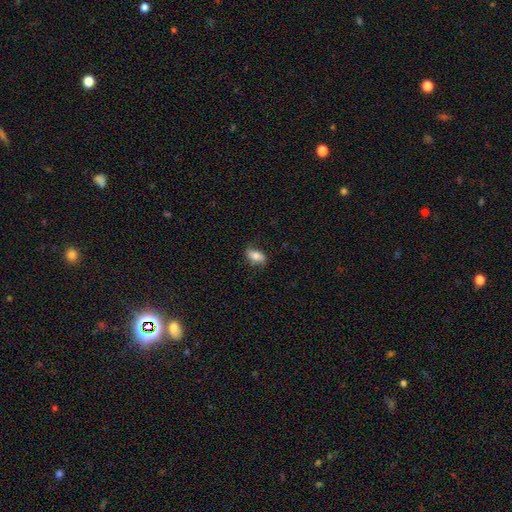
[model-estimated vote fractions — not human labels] This appears to be a smooth galaxy with no disk features (71%) that is in between round and cigar-shaped (88%). Merging: none (75%).